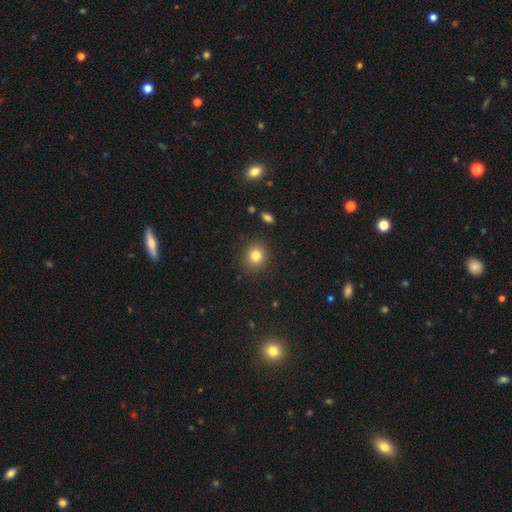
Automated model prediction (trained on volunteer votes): Overall: smooth (81%). How rounded: round (84%). Merging: none (89%).